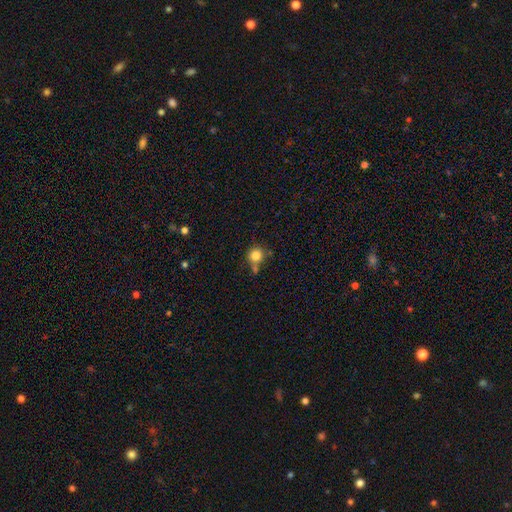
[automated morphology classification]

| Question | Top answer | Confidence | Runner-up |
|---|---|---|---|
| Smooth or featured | smooth | 83% | star or artifact (11%) |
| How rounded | round | 89% | in between (10%) |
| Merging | none | 61% | merger (20%) |